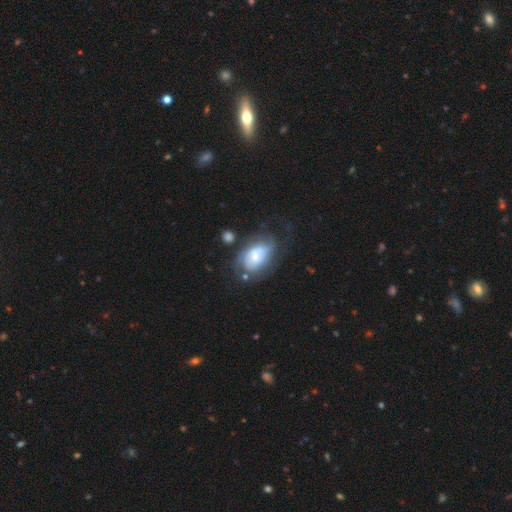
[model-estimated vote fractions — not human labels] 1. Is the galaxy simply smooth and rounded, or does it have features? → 57% featured or disk, 35% smooth, 8% star or artifact.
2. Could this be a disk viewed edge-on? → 96% no, 4% yes.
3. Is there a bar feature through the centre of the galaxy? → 67% no, 27% weak, 6% strong.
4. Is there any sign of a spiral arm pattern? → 70% yes, 30% no.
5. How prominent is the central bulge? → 49% small, 32% moderate, 11% large, 5% none, 3% dominant.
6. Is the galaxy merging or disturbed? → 44% none, 24% minor disturbance, 23% major disturbance, 9% merger.